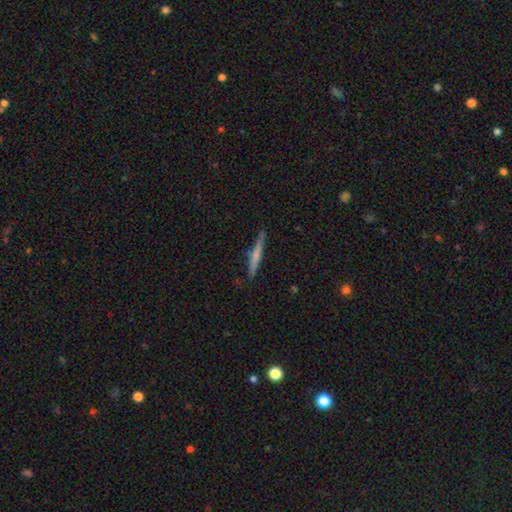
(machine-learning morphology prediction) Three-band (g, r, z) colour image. It shows a smooth galaxy with no disk features (49%). Merging: none (87%).